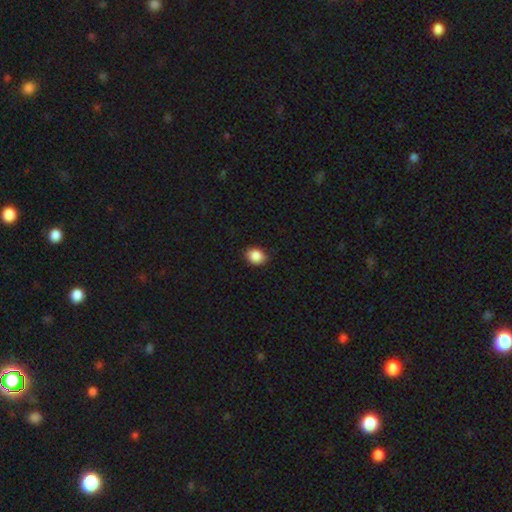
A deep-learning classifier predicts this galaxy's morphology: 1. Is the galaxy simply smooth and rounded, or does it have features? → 88% smooth, 9% star or artifact, 3% featured or disk.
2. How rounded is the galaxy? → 55% round, 44% in between, 1% cigar-shaped.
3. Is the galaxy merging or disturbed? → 84% none, 13% minor disturbance, 2% major disturbance, 1% merger.